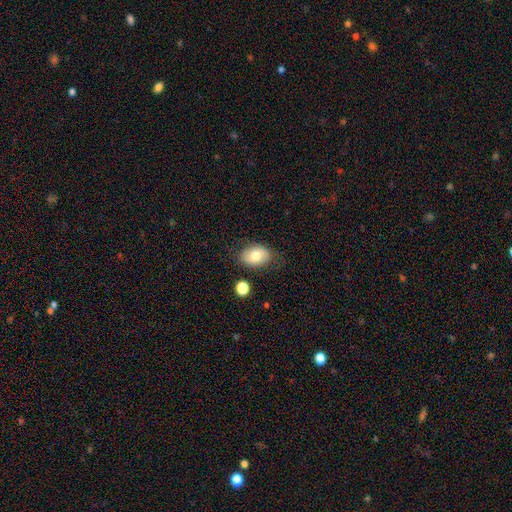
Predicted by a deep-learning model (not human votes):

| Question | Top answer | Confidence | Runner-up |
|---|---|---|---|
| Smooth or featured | smooth | 69% | featured or disk (23%) |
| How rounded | in between | 82% | round (17%) |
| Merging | none | 78% | minor disturbance (16%) |